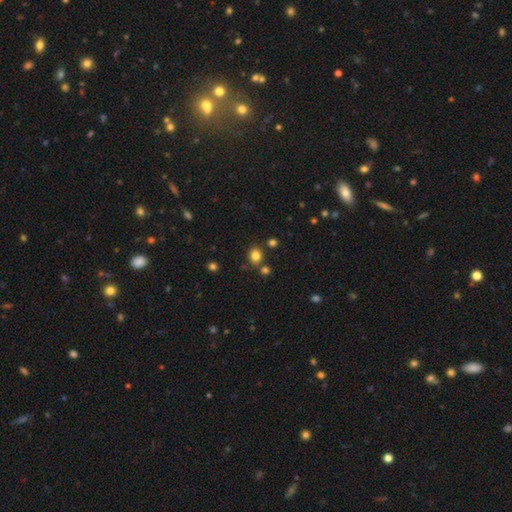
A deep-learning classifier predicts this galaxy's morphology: This appears to be a smooth galaxy with no disk features (81%) that is round (68%). Merging: none (78%).